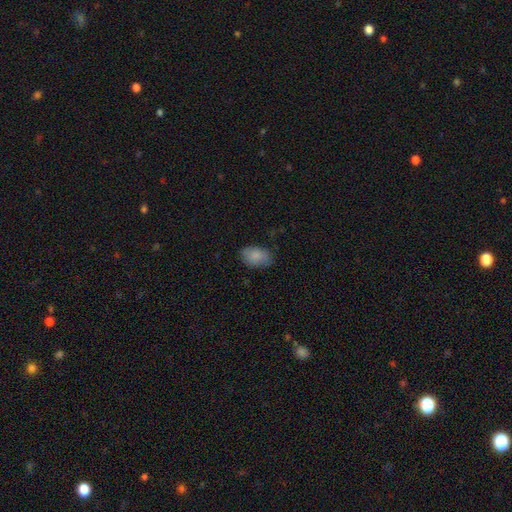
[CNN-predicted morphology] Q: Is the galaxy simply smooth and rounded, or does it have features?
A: smooth — 87%.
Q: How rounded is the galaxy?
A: in between — 89%.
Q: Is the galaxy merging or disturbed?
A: none — 79%.